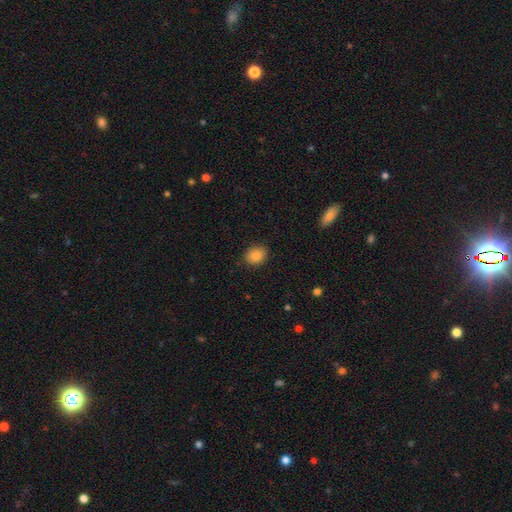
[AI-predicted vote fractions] A smooth galaxy with no disk features (85%) that is in between round and cigar-shaped (50%). Merging: none (85%).